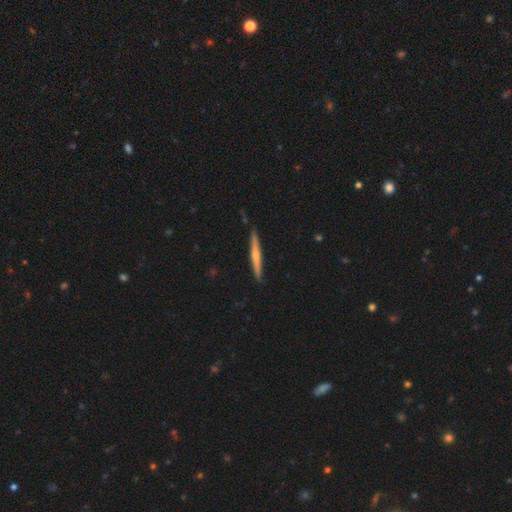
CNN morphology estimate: smooth-or-featured: featured or disk: 53% | smooth: 42% | star or artifact: 5%
  disk-edge-on: yes: 97% | no: 3%
    edge-on-bulge: rounded: 62% | none: 32% | boxy: 6%
  merging: none: 87% | minor disturbance: 9% | merger: 2% | major disturbance: 1%